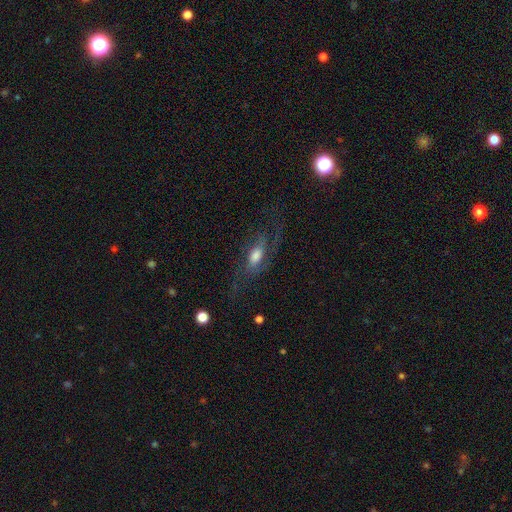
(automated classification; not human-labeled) This is likely a featured or disk galaxy (67%). It is clearly not viewed edge-on (85%). Bar: possibly no (55%). Spiral arm pattern: clearly yes (87%). Central bulge: possibly moderate (49%). Merging: possibly none (56%).